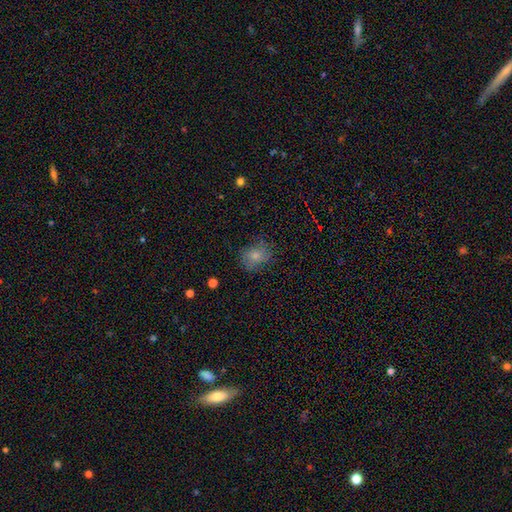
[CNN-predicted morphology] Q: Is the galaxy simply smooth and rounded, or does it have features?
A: smooth — 79%.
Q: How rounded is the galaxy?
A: round — 51%.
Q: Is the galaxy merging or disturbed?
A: none — 72%.